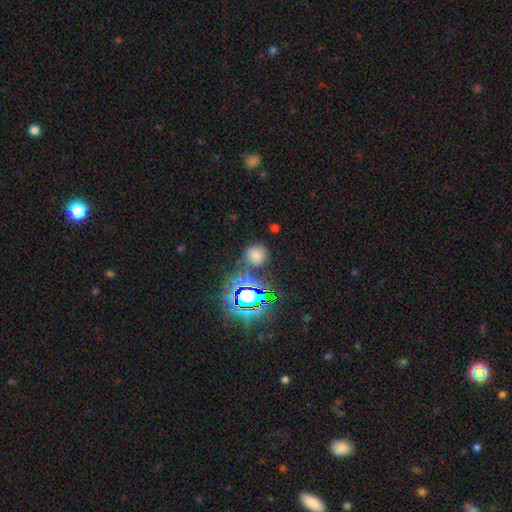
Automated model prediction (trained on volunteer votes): Smooth or featured?
  - smooth: 67% *
  - star or artifact: 27%
  - featured or disk: 6%
How rounded?
  - round: 89% *
  - in between: 9%
  - cigar-shaped: 1%
Merging?
  - none: 79% *
  - minor disturbance: 11%
  - merger: 6%
  - major disturbance: 4%